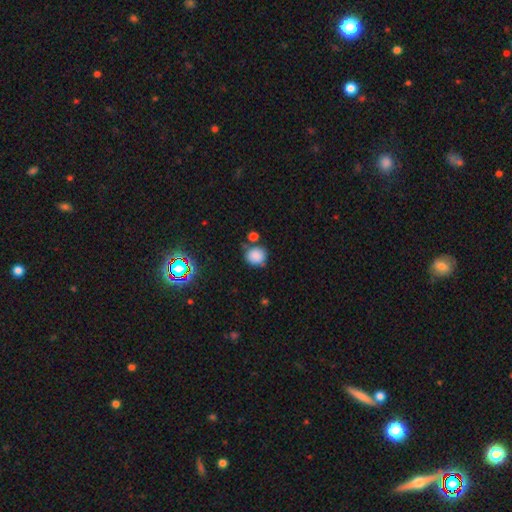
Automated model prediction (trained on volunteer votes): smooth-or-featured: smooth: 84% | star or artifact: 11% | featured or disk: 5%
  how-rounded: round: 86% | in between: 13% | cigar-shaped: 1%
  merging: none: 72% | minor disturbance: 14% | merger: 10% | major disturbance: 4%